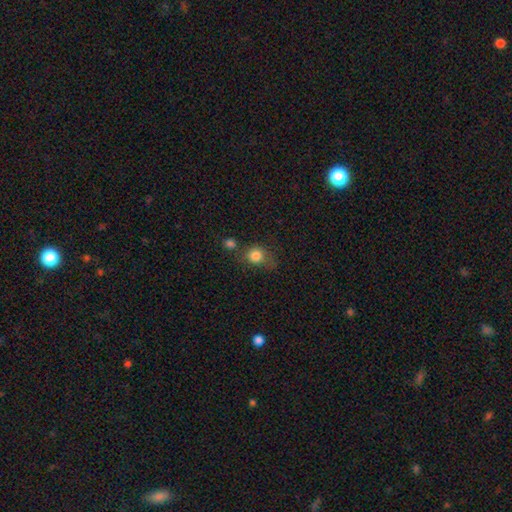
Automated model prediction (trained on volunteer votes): Smooth or featured: smooth — 81% (star or artifact — 11%)
How rounded: round — 78% (in between — 21%)
Merging: none — 53% (minor disturbance — 21%)